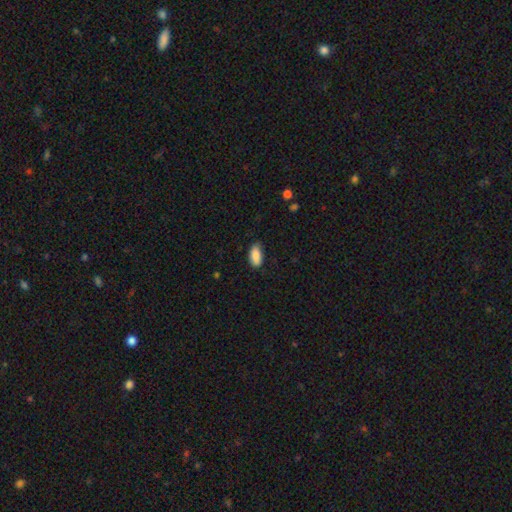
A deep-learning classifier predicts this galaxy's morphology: This appears to be a smooth galaxy with no disk features (87%) that is in between round and cigar-shaped (92%). Merging: none (73%).